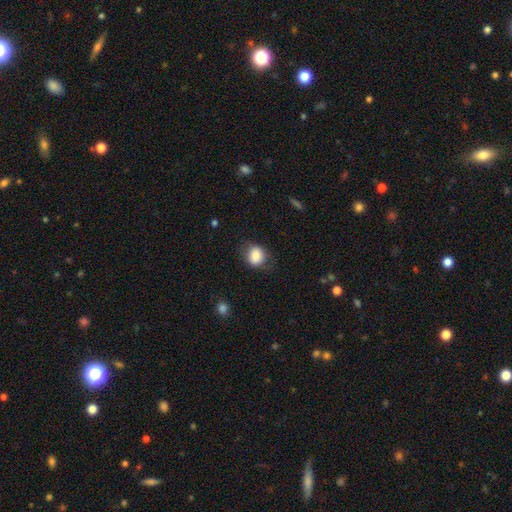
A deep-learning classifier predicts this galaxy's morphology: A smooth galaxy with no disk features (82%) that is round (60%). Merging: none (70%).